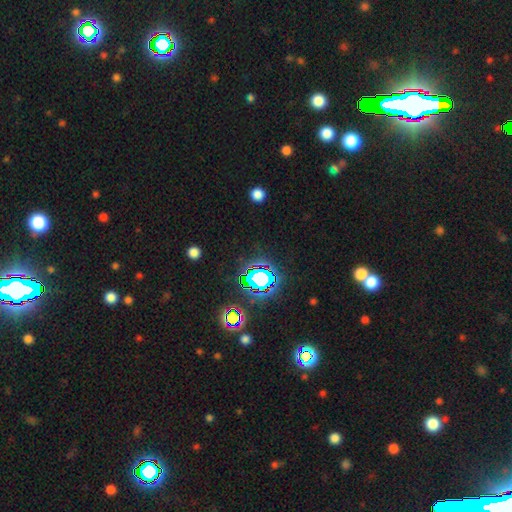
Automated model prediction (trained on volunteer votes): A star or artifact, not a galaxy (80%).